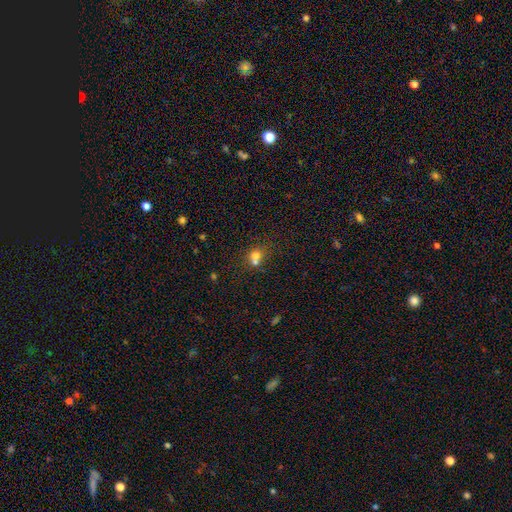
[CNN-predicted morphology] Q: Smooth or featured?
A: smooth (67%); runner-up: featured or disk (16%)
Q: How rounded?
A: round (73%); runner-up: in between (26%)
Q: Merging?
A: merger (59%); runner-up: none (30%)